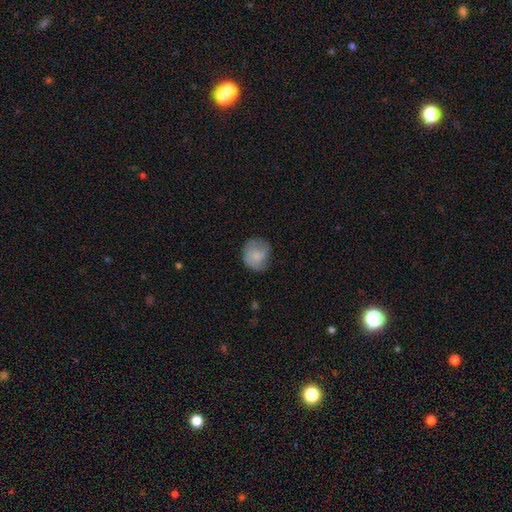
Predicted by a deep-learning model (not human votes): smooth-or-featured: smooth: 64% | featured or disk: 29% | star or artifact: 7%
  how-rounded: round: 79% | in between: 20% | cigar-shaped: 1%
  merging: none: 63% | minor disturbance: 26% | major disturbance: 10% | merger: 1%